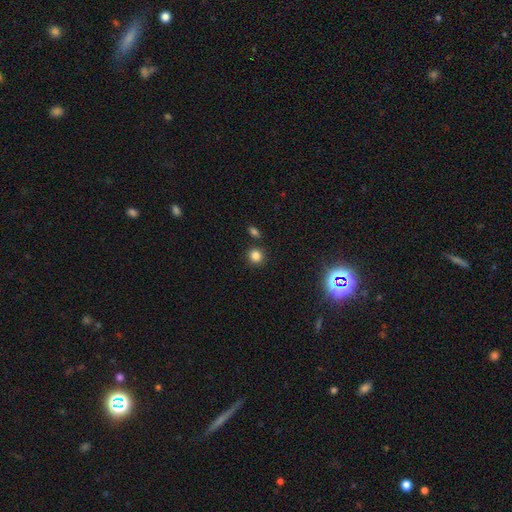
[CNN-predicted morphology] Overall: smooth (83%). How rounded: round (89%). Merging: none (84%).